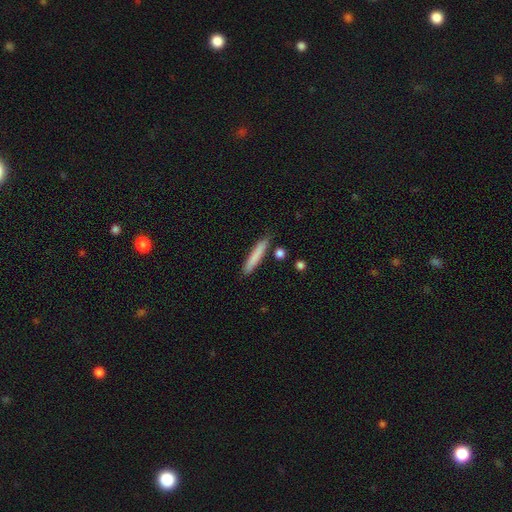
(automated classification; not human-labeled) Smooth or featured? smooth (79%)
How rounded? cigar-shaped (93%)
Merging? none (84%)